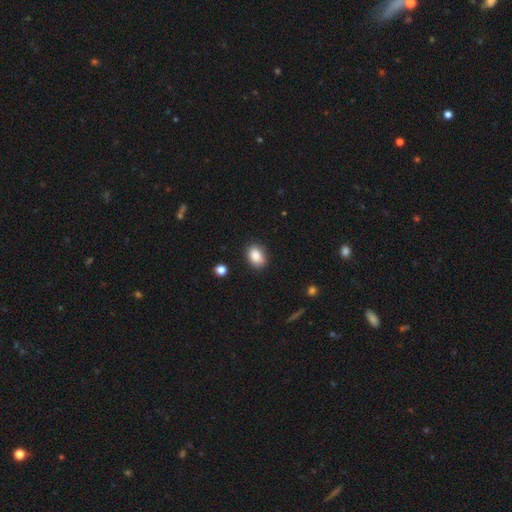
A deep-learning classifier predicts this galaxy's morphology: Overall: smooth (87%). How rounded: in between (80%). Merging: none (84%).